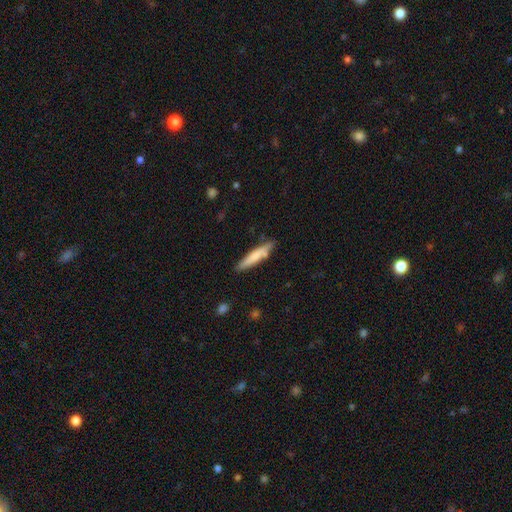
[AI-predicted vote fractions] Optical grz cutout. It shows a smooth galaxy with no disk features (69%) that is cigar-shaped (89%). Merging: none (78%).